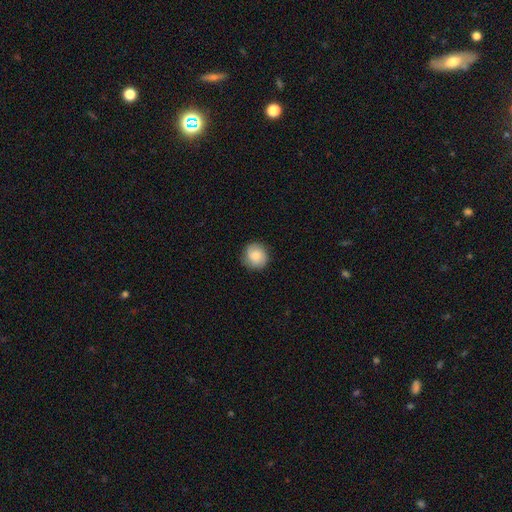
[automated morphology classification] Q: Smooth or featured?
A: smooth (76%); runner-up: featured or disk (16%)
Q: How rounded?
A: round (89%); runner-up: in between (10%)
Q: Merging?
A: none (85%); runner-up: minor disturbance (11%)